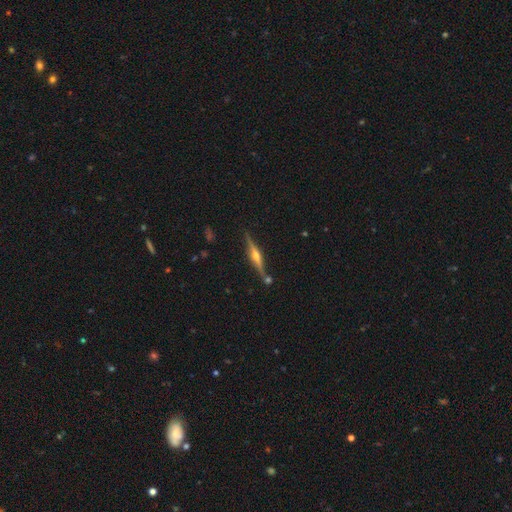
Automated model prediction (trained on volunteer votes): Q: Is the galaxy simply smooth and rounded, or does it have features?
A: featured or disk — 81%.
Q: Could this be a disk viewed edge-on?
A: yes — 98%.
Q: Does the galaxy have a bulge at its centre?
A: rounded — 93%.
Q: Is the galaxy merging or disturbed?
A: none — 82%.